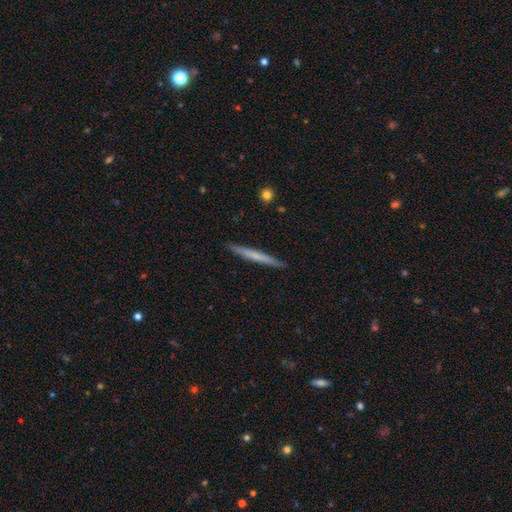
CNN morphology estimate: A smooth galaxy with no disk features (55%) that is cigar-shaped (97%).

Vote fractions:
- Smooth or featured? smooth: 55% / featured or disk: 39% / star or artifact: 5%
- How rounded? cigar-shaped: 97% / in between: 2% / round: 1%
- Merging? none: 91% / minor disturbance: 6% / major disturbance: 1% / merger: 1%